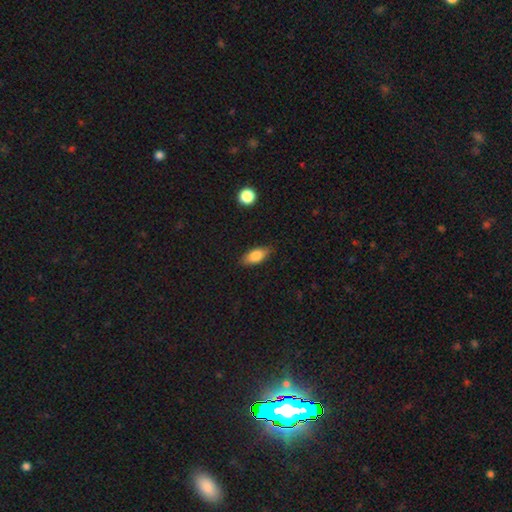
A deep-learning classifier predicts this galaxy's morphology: This appears to be a smooth galaxy with no disk features (80%) that is in between round and cigar-shaped (83%). Merging: none (82%).